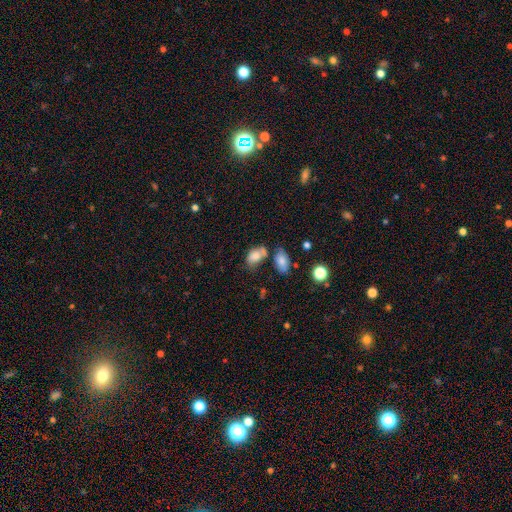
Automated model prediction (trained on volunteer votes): Smooth or featured? Predicted: smooth (p=0.77). How rounded? Predicted: in between (p=0.87). Merging? Predicted: none (p=0.37).